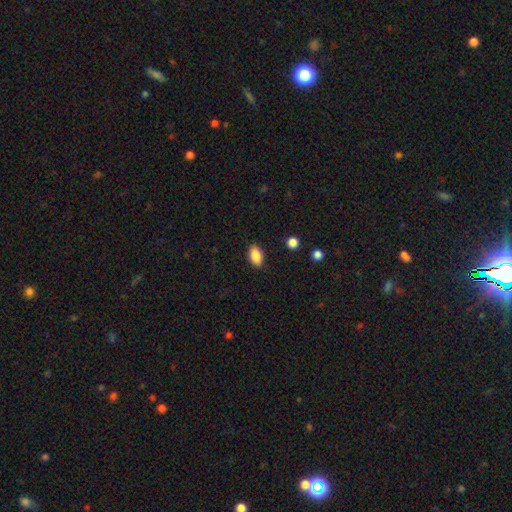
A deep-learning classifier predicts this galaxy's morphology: This is clearly a smooth galaxy (88%). How rounded: clearly in between (91%). Merging: clearly none (87%).